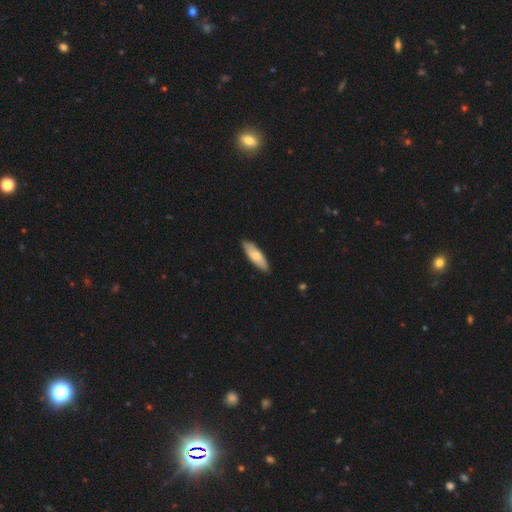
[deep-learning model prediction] smooth 75%, featured or disk 20%, star or artifact 5%. Down the decision tree: how rounded — in between (54%); merging — none (88%).